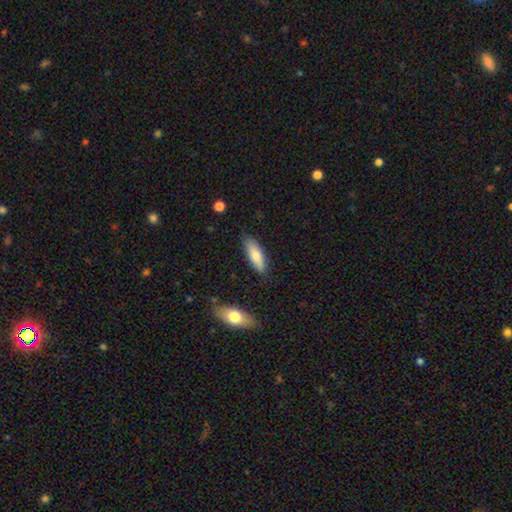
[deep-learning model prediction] Smooth or featured: smooth — 77% (featured or disk — 18%)
How rounded: in between — 54% (cigar-shaped — 45%)
Merging: none — 77% (minor disturbance — 17%)